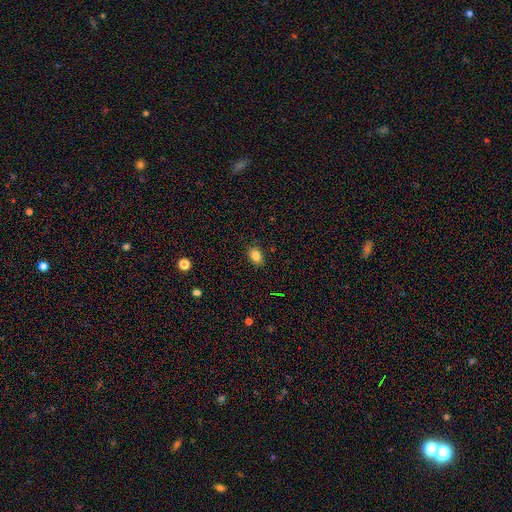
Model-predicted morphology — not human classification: A smooth galaxy with no disk features (84%) that is in between round and cigar-shaped (80%).

Vote fractions:
- Smooth or featured? smooth: 84% / star or artifact: 10% / featured or disk: 6%
- How rounded? in between: 80% / round: 19% / cigar-shaped: 1%
- Merging? none: 87% / minor disturbance: 9% / major disturbance: 2% / merger: 1%